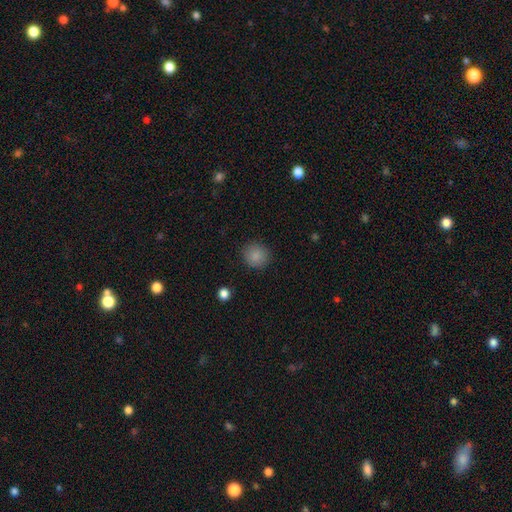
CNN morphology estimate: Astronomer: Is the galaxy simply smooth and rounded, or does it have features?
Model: smooth — 86%.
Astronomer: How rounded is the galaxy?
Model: round — 88%.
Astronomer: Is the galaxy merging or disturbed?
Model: none — 89%.